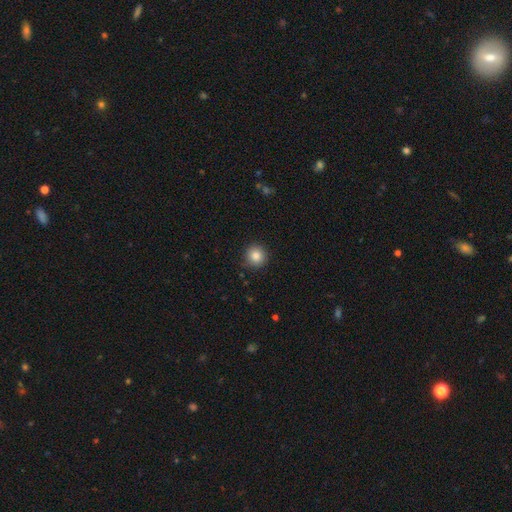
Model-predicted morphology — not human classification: A smooth galaxy with no disk features (85%) that is round (94%).

Vote fractions:
- Smooth or featured? smooth: 85% / star or artifact: 10% / featured or disk: 5%
- How rounded? round: 94% / in between: 5% / cigar-shaped: 1%
- Merging? none: 88% / minor disturbance: 8% / major disturbance: 2% / merger: 1%